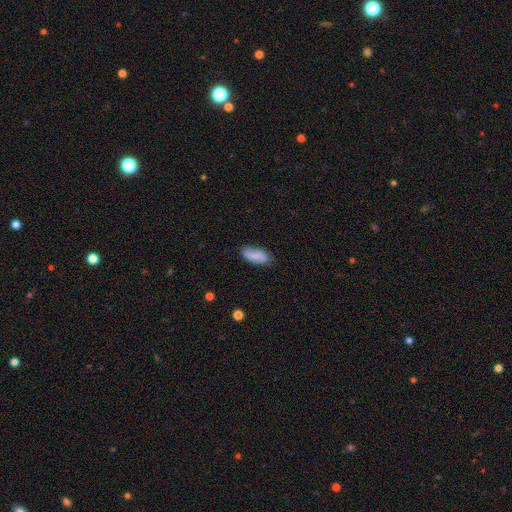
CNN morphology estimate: smooth-or-featured: smooth: 78% | featured or disk: 15% | star or artifact: 7%
  how-rounded: in between: 86% | cigar-shaped: 12% | round: 2%
  merging: none: 72% | minor disturbance: 22% | major disturbance: 5% | merger: 2%